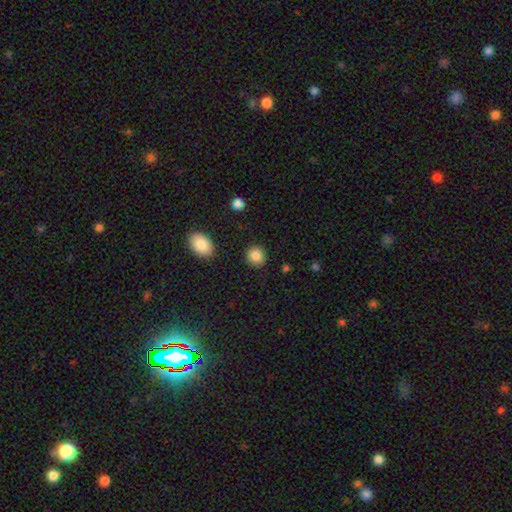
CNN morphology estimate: The model was most divided on "how rounded": round: 83%, in between: 16%, cigar-shaped: 1%. More confident: merging — none (89%); smooth or featured — smooth (86%).